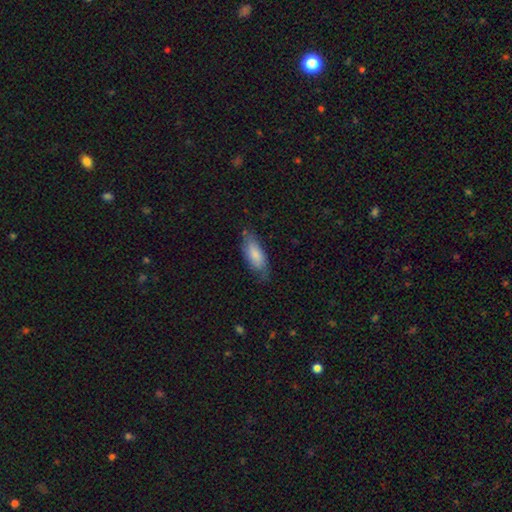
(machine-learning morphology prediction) Q: Smooth or featured?
A: smooth (77%); runner-up: featured or disk (17%)
Q: How rounded?
A: in between (82%); runner-up: cigar-shaped (17%)
Q: Merging?
A: none (67%); runner-up: minor disturbance (26%)